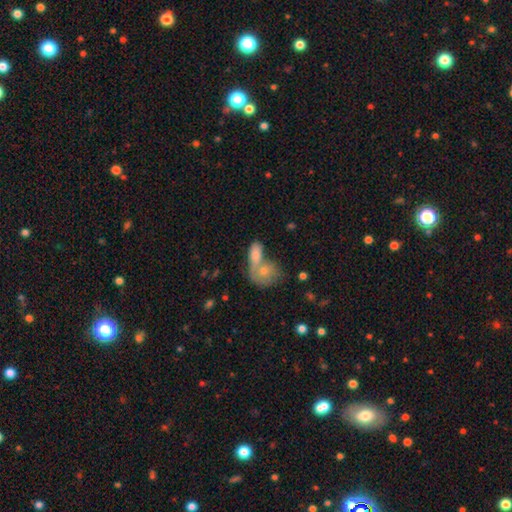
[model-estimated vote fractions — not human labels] A smooth galaxy with no disk features (66%) that is in between round and cigar-shaped (72%).

Vote fractions:
- Smooth or featured? smooth: 66% / featured or disk: 24% / star or artifact: 10%
- How rounded? in between: 72% / round: 16% / cigar-shaped: 12%
- Merging? merger: 55% / none: 32% / minor disturbance: 9% / major disturbance: 5%